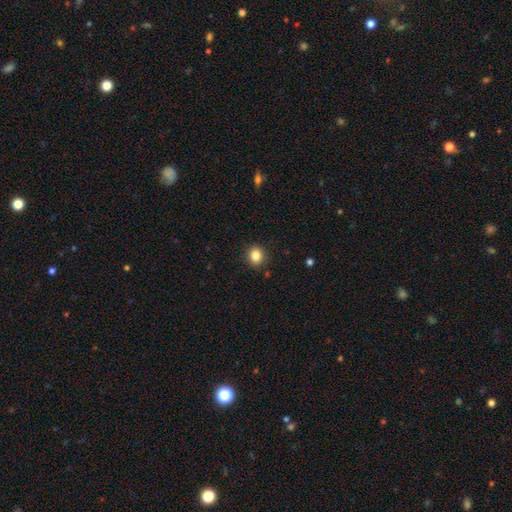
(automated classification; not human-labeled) This is clearly a smooth galaxy (85%). How rounded: likely round (74%). Merging: clearly none (90%).